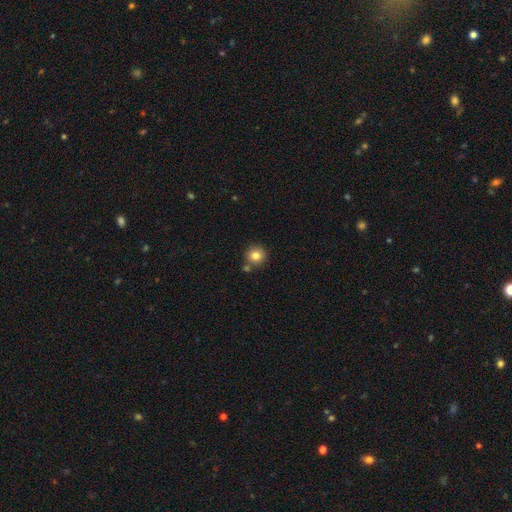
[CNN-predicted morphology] type=smooth (82%); roundness=round (93%); merging=none (76%).